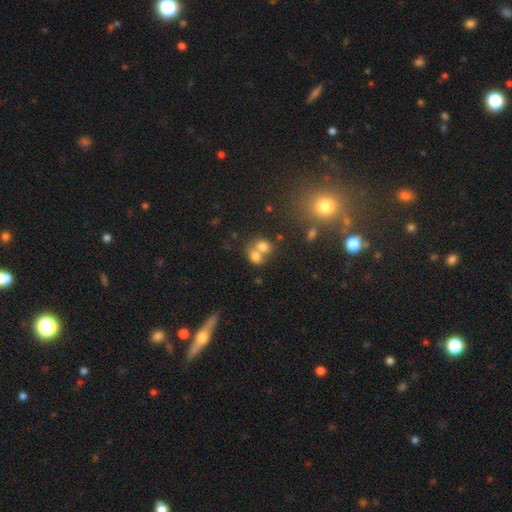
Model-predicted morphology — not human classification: This is likely a smooth galaxy (73%). How rounded: likely in between (60%). Merging: likely merger (63%).